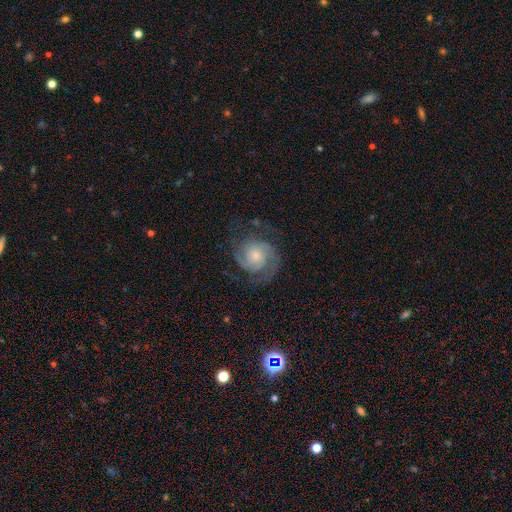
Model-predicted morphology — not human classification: This is clearly a featured or disk galaxy (85%). It is clearly not viewed edge-on (98%). Bar: likely no (72%). Spiral arm pattern: clearly yes (97%). Spiral arm count: likely 2 (68%). Spiral winding: possibly tight (48%). Central bulge: possibly small (52%). Merging: likely none (69%).